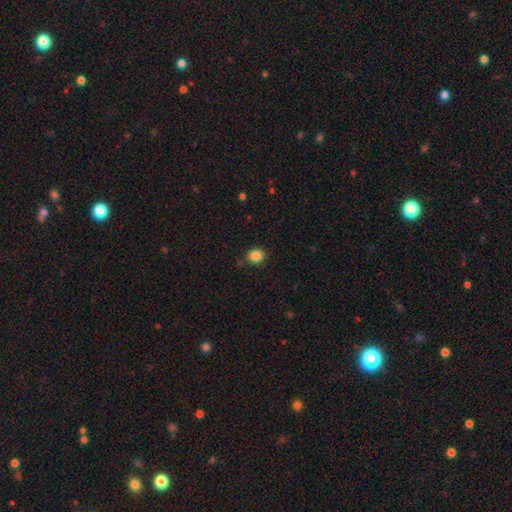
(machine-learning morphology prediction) Smooth or featured? smooth (86%)
How rounded? round (63%)
Merging? none (85%)